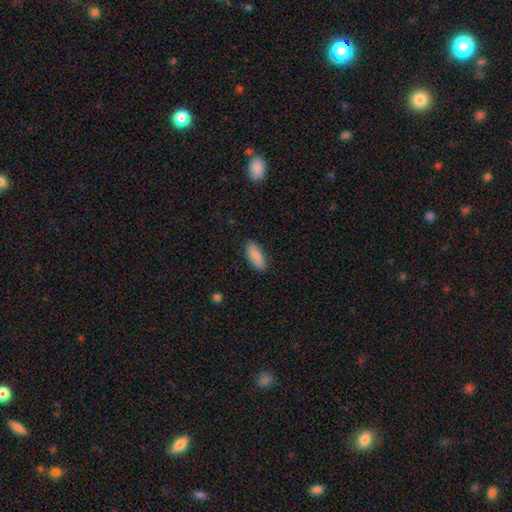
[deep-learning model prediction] smooth_or_featured: smooth (p=0.86) [alt: featured or disk p=0.08]
how_rounded: in between (p=0.75) [alt: cigar-shaped p=0.23]
merging: none (p=0.85) [alt: minor disturbance p=0.11]